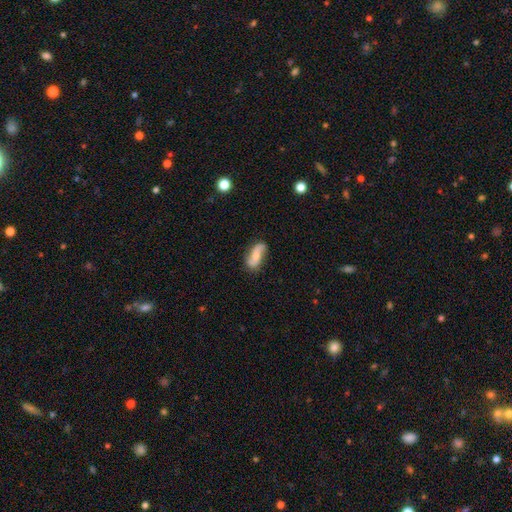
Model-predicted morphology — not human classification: Smooth or featured: featured or disk — 61% (smooth — 32%)
Edge-on disk: no — 92% (yes — 8%)
Bar: no — 59% (weak — 28%)
Spiral arms: yes — 90% (no — 10%)
Spiral winding: loose — 69% (medium — 21%)
Spiral arm count: 2 — 89% (can't tell — 5%)
Bulge size: moderate — 48% (small — 42%)
Merging: none — 73% (minor disturbance — 19%)